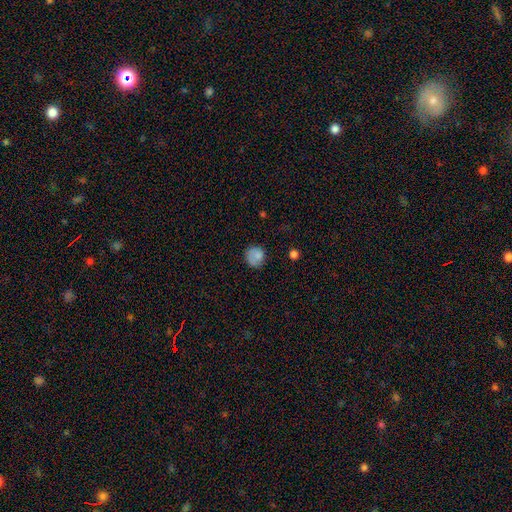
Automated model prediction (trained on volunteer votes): This appears to be a smooth galaxy with no disk features (80%) that is round (86%). Merging: none (67%).